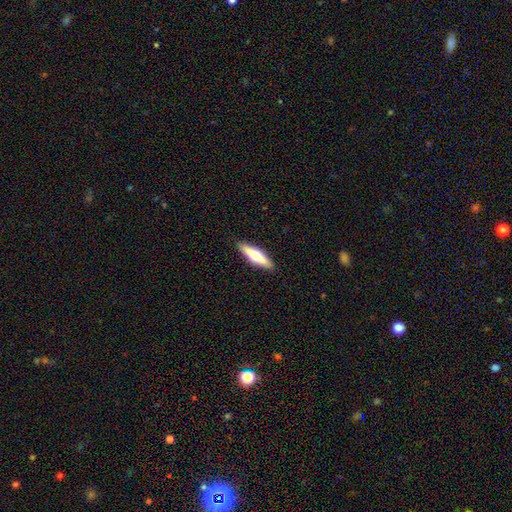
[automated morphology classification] This appears to be a featured or disk galaxy (51%) viewed edge-on (94%). Merging: none (90%).